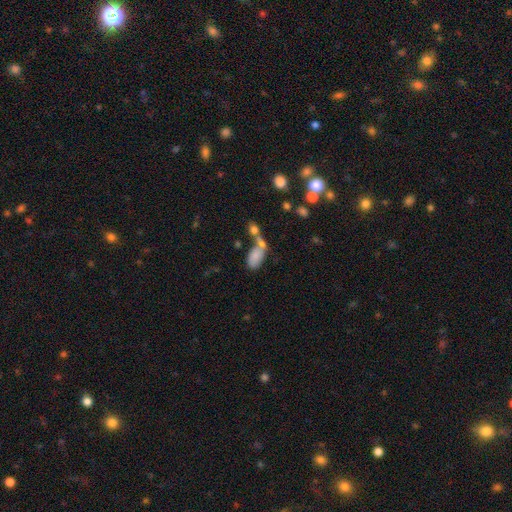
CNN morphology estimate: Smooth or featured: smooth — 76% (featured or disk — 14%)
How rounded: in between — 90% (cigar-shaped — 5%)
Merging: merger — 47% (none — 30%)